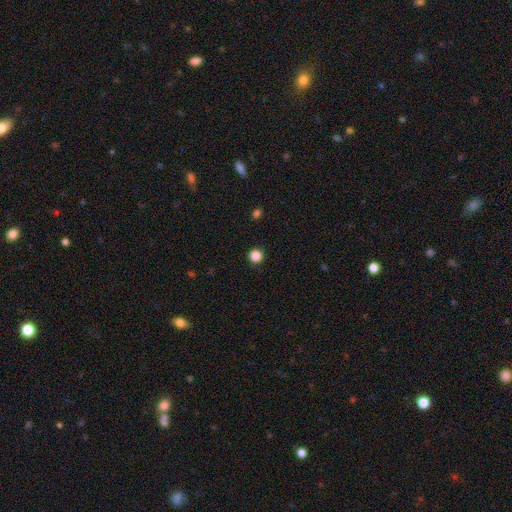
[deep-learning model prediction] smooth-or-featured: smooth: 85% | star or artifact: 12% | featured or disk: 3%
  how-rounded: round: 96% | in between: 3% | cigar-shaped: 1%
  merging: none: 93% | minor disturbance: 5% | major disturbance: 2% | merger: 1%